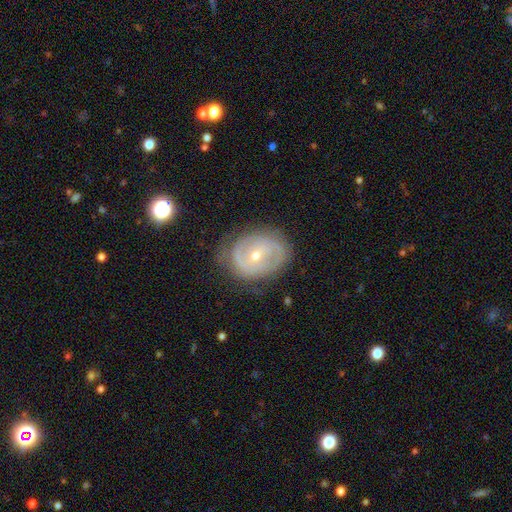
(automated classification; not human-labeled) Q: Smooth or featured?
A: featured or disk (73%); runner-up: smooth (21%)
Q: Edge-on disk?
A: no (96%); runner-up: yes (4%)
Q: Bar?
A: no (48%); runner-up: weak (37%)
Q: Spiral arms?
A: yes (71%); runner-up: no (29%)
Q: Bulge size?
A: small (61%); runner-up: moderate (37%)
Q: Merging?
A: none (70%); runner-up: minor disturbance (20%)